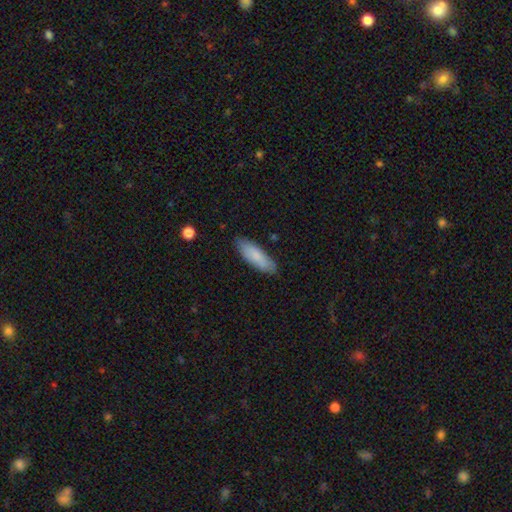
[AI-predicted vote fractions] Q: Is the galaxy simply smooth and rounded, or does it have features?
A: smooth — 81%.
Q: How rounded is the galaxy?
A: in between — 54%.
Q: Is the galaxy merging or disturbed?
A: none — 83%.